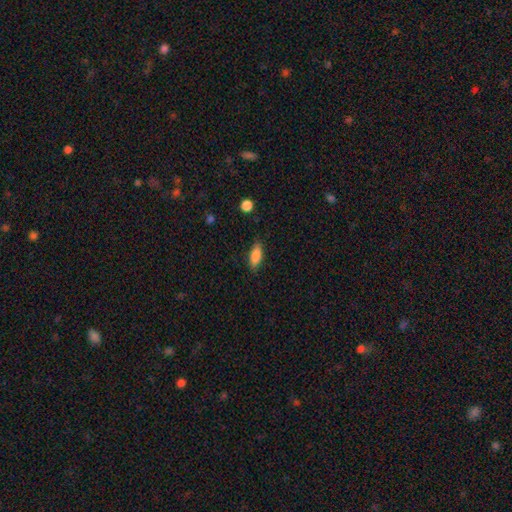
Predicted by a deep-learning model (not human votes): This appears to be a smooth galaxy with no disk features (83%) that is in between round and cigar-shaped (74%). Merging: none (82%).